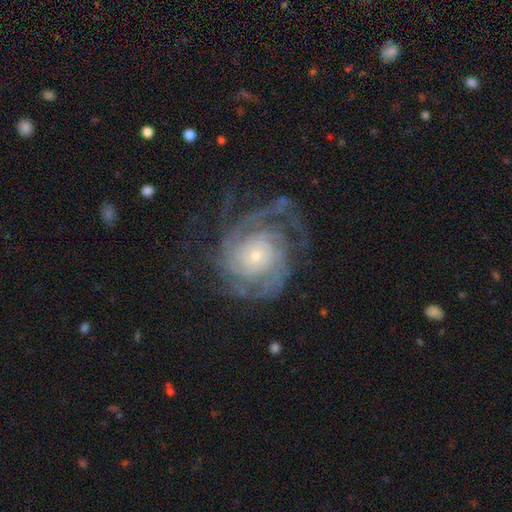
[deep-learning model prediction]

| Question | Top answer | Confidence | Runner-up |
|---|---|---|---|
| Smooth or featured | featured or disk | 90% | star or artifact (5%) |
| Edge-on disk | no | 98% | yes (2%) |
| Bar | no | 77% | weak (17%) |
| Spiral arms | yes | 97% | no (3%) |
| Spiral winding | tight | 68% | medium (26%) |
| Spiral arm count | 2 | 28% | 3 (22%) |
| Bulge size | small | 69% | moderate (24%) |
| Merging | none | 66% | minor disturbance (16%) |